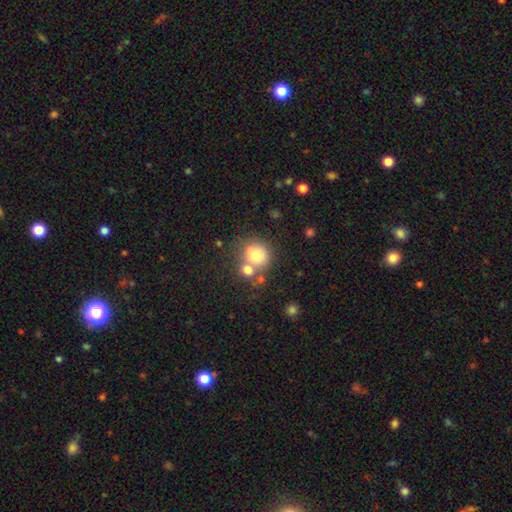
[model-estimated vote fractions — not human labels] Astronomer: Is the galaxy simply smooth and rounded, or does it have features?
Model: smooth — 72%.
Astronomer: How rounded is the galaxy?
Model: round — 80%.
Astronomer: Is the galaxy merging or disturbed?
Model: none — 44% (runner-up: merger, 40%).